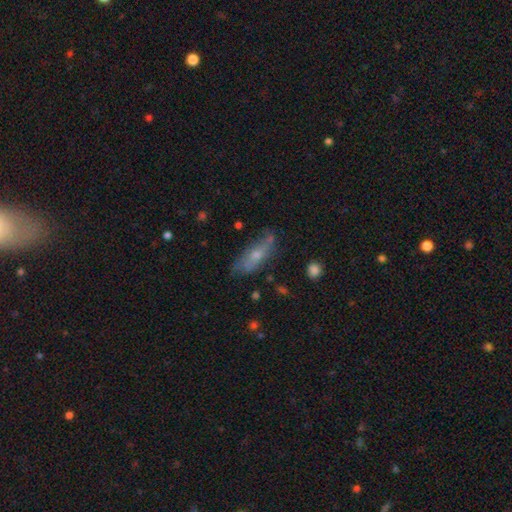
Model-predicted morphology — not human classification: A smooth galaxy with no disk features (51%) that is in between round and cigar-shaped (52%). Merging: none (63%).